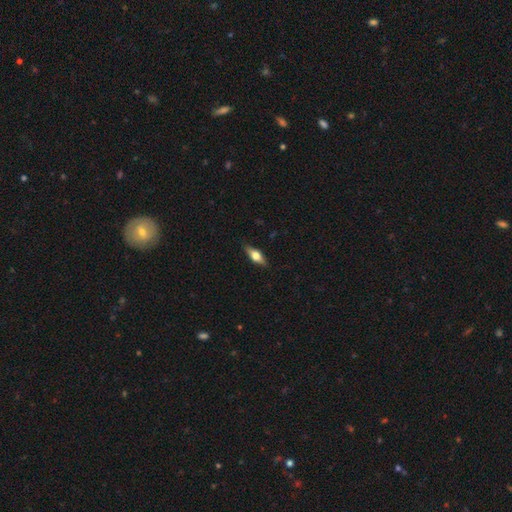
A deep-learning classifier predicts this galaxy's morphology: Q: Smooth or featured?
A: featured or disk (51%); runner-up: smooth (42%)
Q: Edge-on disk?
A: yes (92%); runner-up: no (8%)
Q: Merging?
A: none (88%); runner-up: minor disturbance (9%)